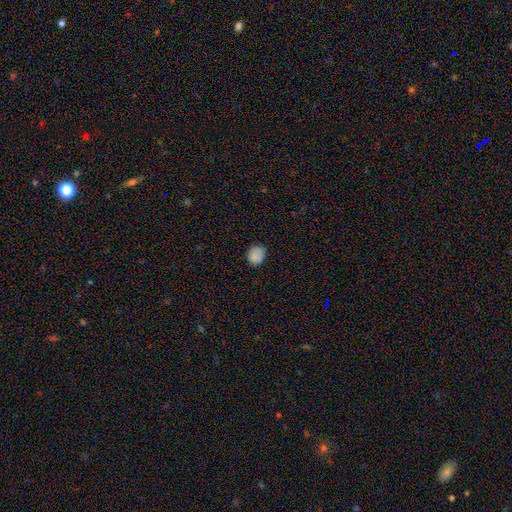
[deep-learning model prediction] A smooth galaxy with no disk features (84%) that is round (74%). Merging: none (81%).